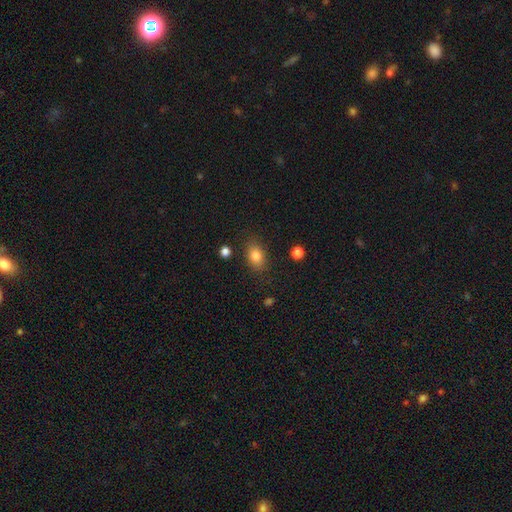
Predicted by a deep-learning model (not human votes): Smooth or featured?
  - smooth: 83% *
  - star or artifact: 10%
  - featured or disk: 8%
How rounded?
  - in between: 78% *
  - round: 21%
  - cigar-shaped: 2%
Merging?
  - none: 83% *
  - minor disturbance: 12%
  - major disturbance: 4%
  - merger: 2%